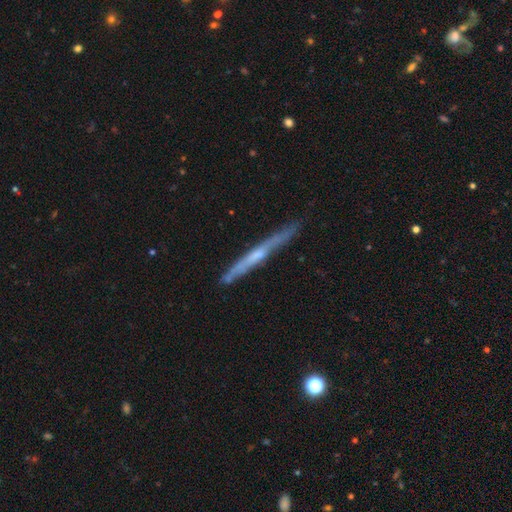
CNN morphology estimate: Smooth or featured: featured or disk — 70% (smooth — 24%)
Edge-on disk: yes — 96% (no — 4%)
Edge-on bulge: rounded — 48% (none — 46%)
Merging: none — 85% (minor disturbance — 12%)